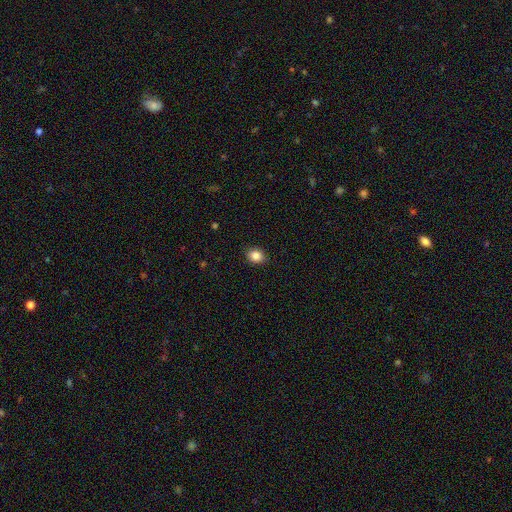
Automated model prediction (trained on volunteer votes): The model was most divided on "how rounded": round: 53%, in between: 46%, cigar-shaped: 1%. More confident: merging — none (89%); smooth or featured — smooth (86%).